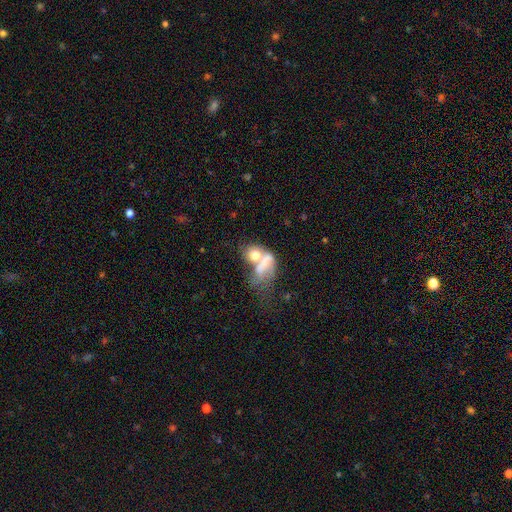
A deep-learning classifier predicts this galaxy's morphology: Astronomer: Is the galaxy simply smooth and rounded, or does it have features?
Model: smooth — 47% (runner-up: featured or disk, 37%).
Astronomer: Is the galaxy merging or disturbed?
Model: merger — 52%.